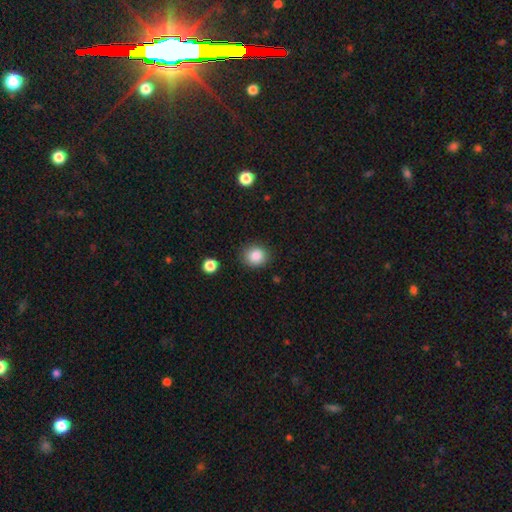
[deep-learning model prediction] Overall: smooth (86%). How rounded: round (83%). Merging: none (86%).